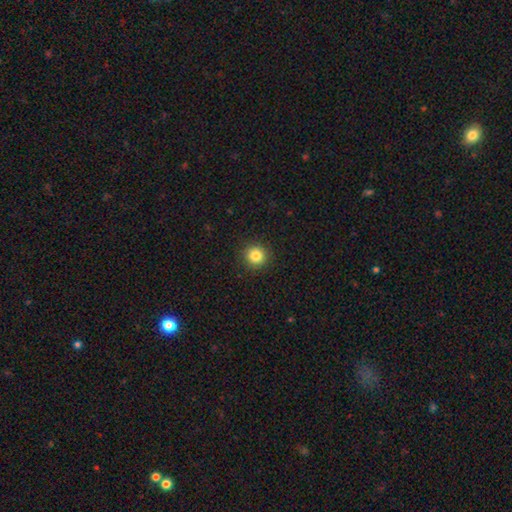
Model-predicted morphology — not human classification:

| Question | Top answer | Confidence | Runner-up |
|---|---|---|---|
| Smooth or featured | smooth | 83% | star or artifact (12%) |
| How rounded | round | 94% | in between (5%) |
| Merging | none | 92% | minor disturbance (5%) |